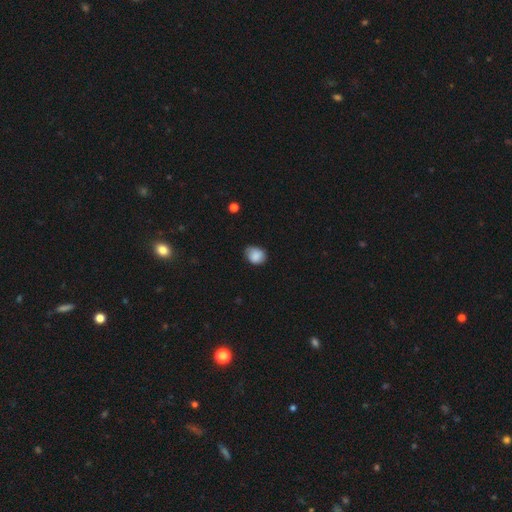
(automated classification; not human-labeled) Overall: smooth (86%). How rounded: round (56%; in between 44%). Merging: none (64%; minor disturbance 30%).